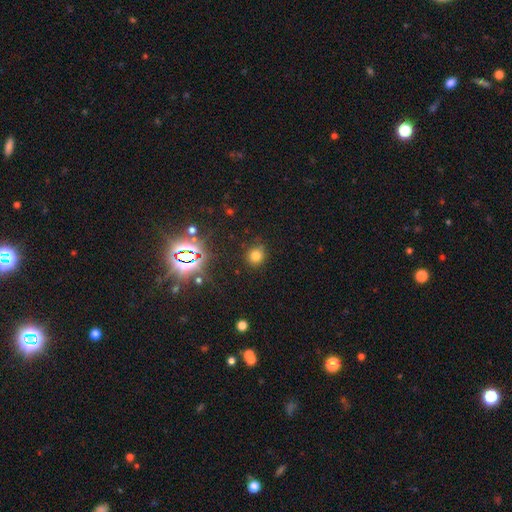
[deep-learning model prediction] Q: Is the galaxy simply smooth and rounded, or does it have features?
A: smooth — 71%.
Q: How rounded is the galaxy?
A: round — 86%.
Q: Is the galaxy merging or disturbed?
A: none — 83%.